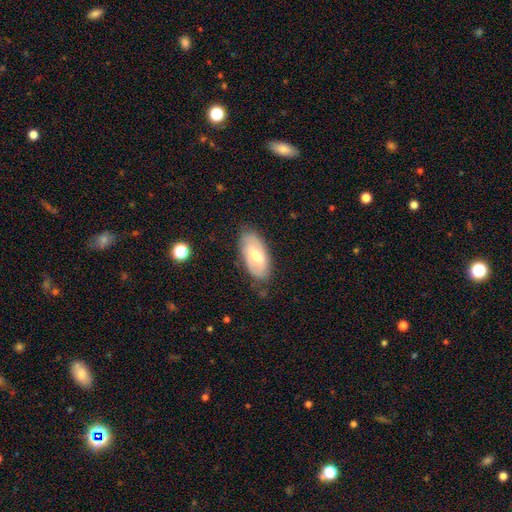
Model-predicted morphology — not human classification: Smooth or featured?
  - smooth: 49% *
  - featured or disk: 44%
  - star or artifact: 6%
Merging?
  - none: 78% *
  - minor disturbance: 17%
  - major disturbance: 4%
  - merger: 1%